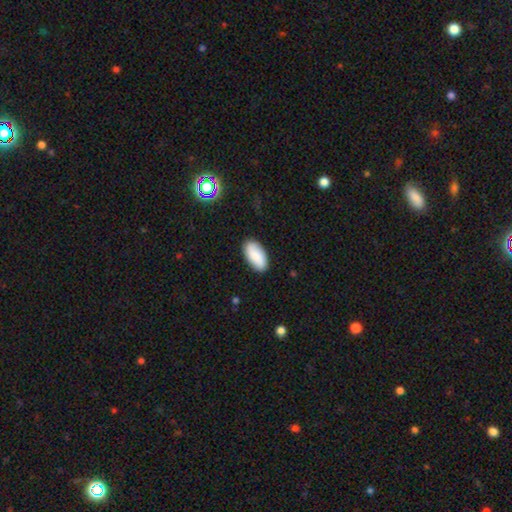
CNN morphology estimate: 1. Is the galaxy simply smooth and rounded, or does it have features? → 80% smooth, 13% featured or disk, 7% star or artifact.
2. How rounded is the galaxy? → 94% in between, 4% cigar-shaped, 2% round.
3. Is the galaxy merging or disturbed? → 87% none, 10% minor disturbance, 2% major disturbance, 1% merger.